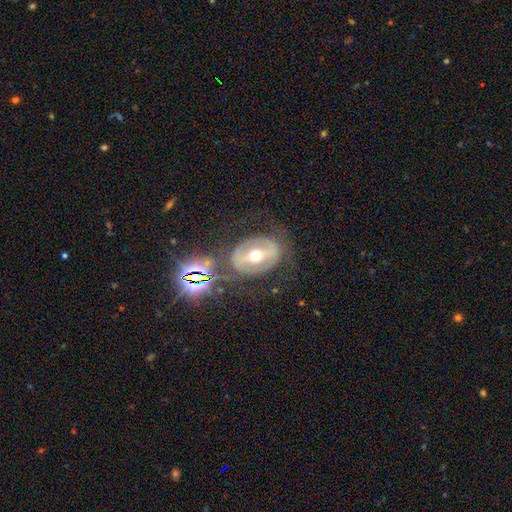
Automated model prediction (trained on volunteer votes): Smooth or featured? Predicted: featured or disk (p=0.70). Edge-on disk? Predicted: no (p=0.94). Bar? Predicted: strong (p=0.58). Spiral arms? Predicted: no (p=0.56). Bulge size? Predicted: moderate (p=0.74). Merging? Predicted: none (p=0.68).